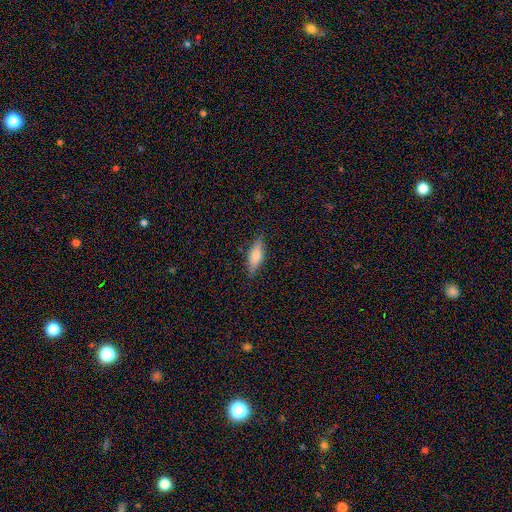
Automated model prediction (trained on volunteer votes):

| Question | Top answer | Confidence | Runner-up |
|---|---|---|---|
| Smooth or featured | smooth | 72% | featured or disk (21%) |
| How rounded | in between | 56% | cigar-shaped (42%) |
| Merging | none | 84% | minor disturbance (12%) |